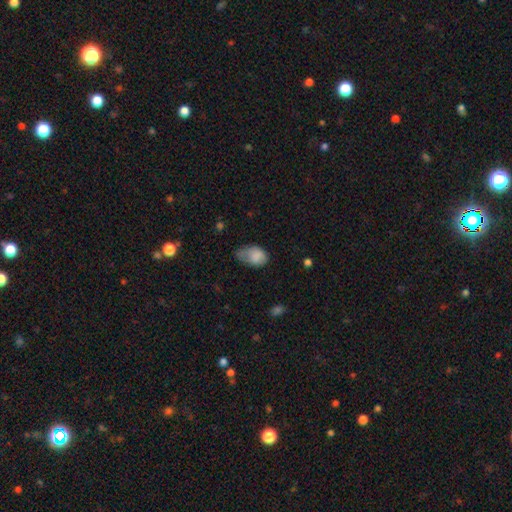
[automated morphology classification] Smooth or featured? smooth (80%)
How rounded? in between (83%)
Merging? minor disturbance (44%)